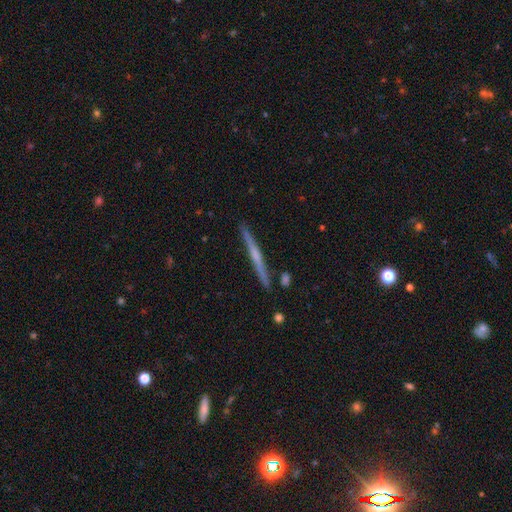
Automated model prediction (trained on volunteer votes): Morphology: type=featured or disk (67%); edge-on=yes (98%); edge-on bulge=rounded (47%); merging=none (90%).